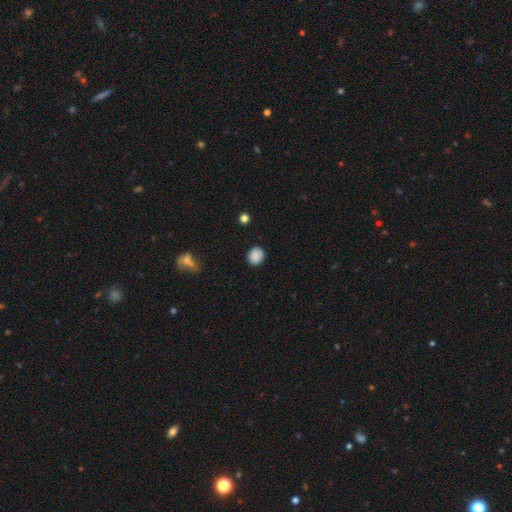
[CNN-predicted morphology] A smooth galaxy with no disk features (87%) that is round (68%). Merging: none (85%).